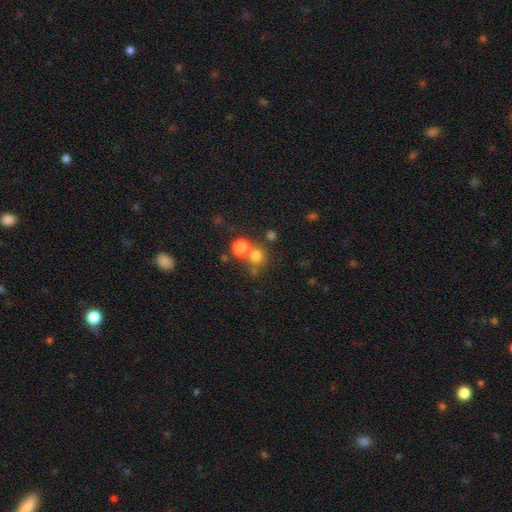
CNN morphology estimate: This appears to be a smooth galaxy with no disk features (74%) that is round (88%). Merging: none (58%).